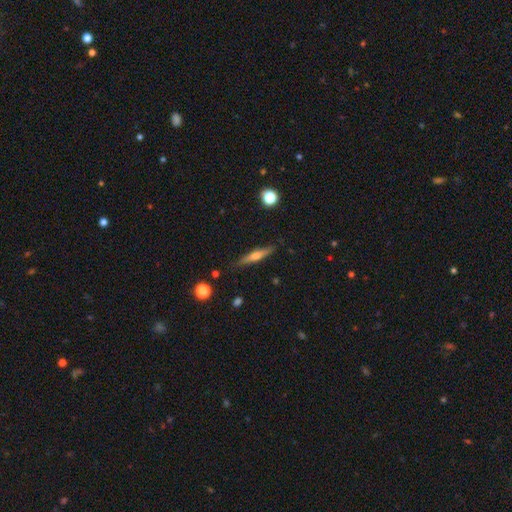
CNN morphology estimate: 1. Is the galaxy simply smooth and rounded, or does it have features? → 57% featured or disk, 36% smooth, 7% star or artifact.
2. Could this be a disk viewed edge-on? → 96% yes, 4% no.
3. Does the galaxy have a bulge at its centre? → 82% rounded, 11% none, 7% boxy.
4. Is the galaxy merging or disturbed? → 87% none, 10% minor disturbance, 2% major disturbance, 2% merger.